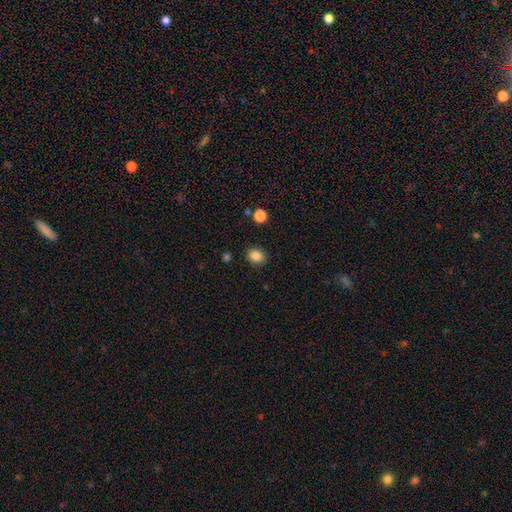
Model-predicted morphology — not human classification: A smooth galaxy with no disk features (86%) that is round (54%).

Vote fractions:
- Smooth or featured? smooth: 86% / star or artifact: 10% / featured or disk: 4%
- How rounded? round: 54% / in between: 45% / cigar-shaped: 1%
- Merging? none: 86% / minor disturbance: 9% / major disturbance: 3% / merger: 2%